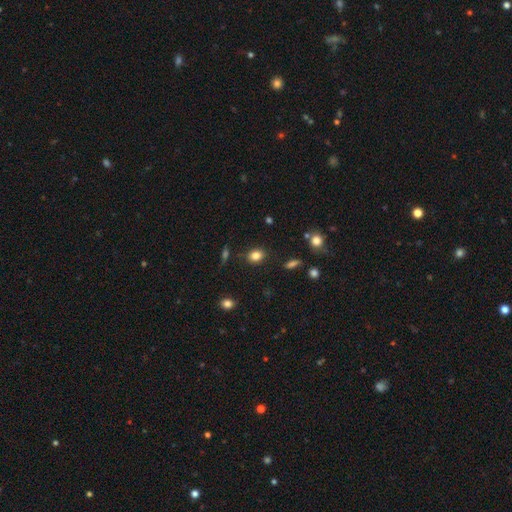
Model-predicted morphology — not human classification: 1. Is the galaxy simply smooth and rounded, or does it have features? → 82% smooth, 11% star or artifact, 7% featured or disk.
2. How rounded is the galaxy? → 50% round, 49% in between, 1% cigar-shaped.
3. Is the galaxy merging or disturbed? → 84% none, 10% minor disturbance, 3% major disturbance, 3% merger.